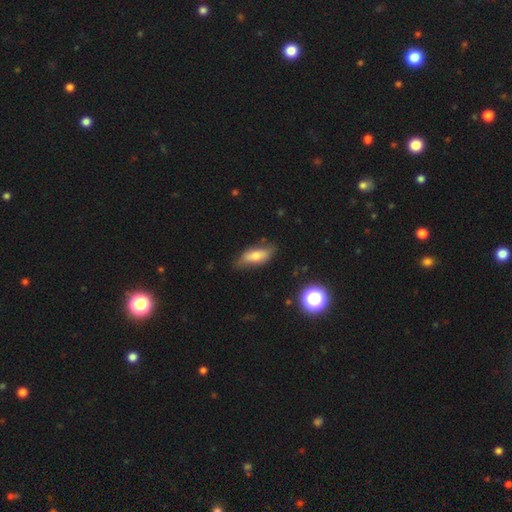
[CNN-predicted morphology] Smooth or featured: smooth — 64% (featured or disk — 28%)
How rounded: in between — 77% (cigar-shaped — 20%)
Merging: none — 67% (minor disturbance — 25%)